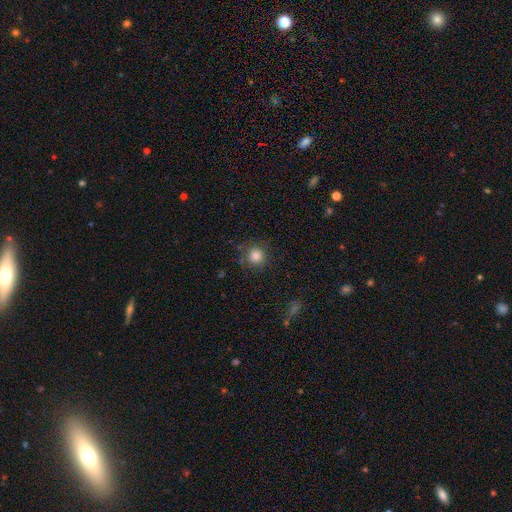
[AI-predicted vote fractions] Smooth or featured? smooth (83%)
How rounded? round (94%)
Merging? none (82%)